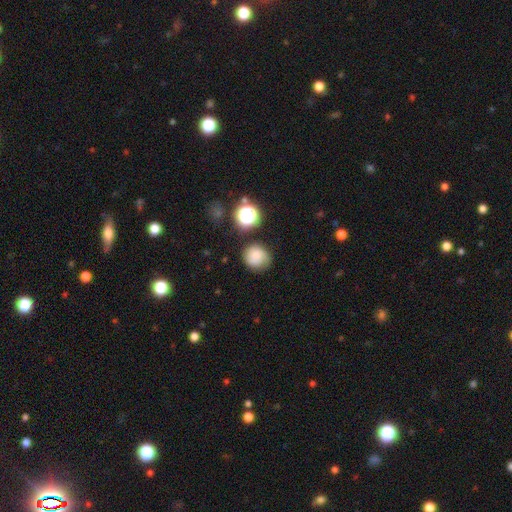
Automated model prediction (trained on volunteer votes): Morphology: type=smooth (71%); roundness=round (84%); merging=none (66%).